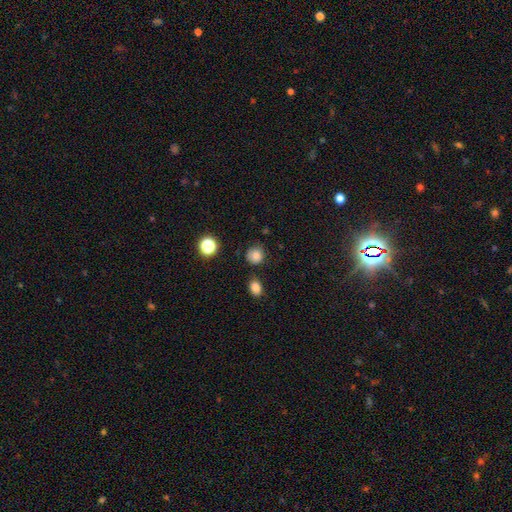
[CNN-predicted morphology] This appears to be a smooth galaxy with no disk features (82%) that is round (86%). Merging: none (79%).